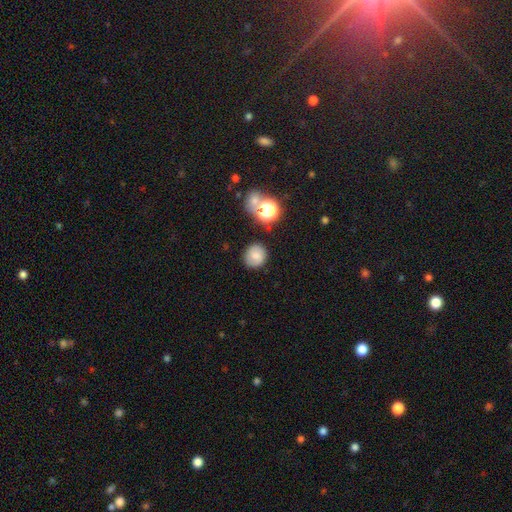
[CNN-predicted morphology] Q: Smooth or featured?
A: smooth (74%); runner-up: star or artifact (13%)
Q: How rounded?
A: round (87%); runner-up: in between (12%)
Q: Merging?
A: none (82%); runner-up: minor disturbance (11%)